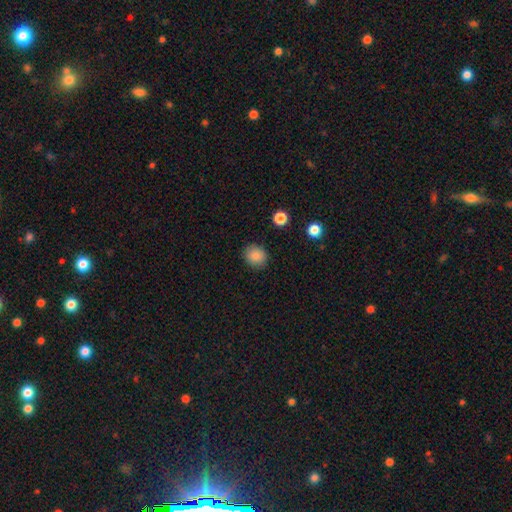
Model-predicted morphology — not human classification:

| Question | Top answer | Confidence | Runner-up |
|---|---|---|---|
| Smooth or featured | smooth | 86% | star or artifact (10%) |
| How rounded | round | 78% | in between (21%) |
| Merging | none | 88% | minor disturbance (9%) |